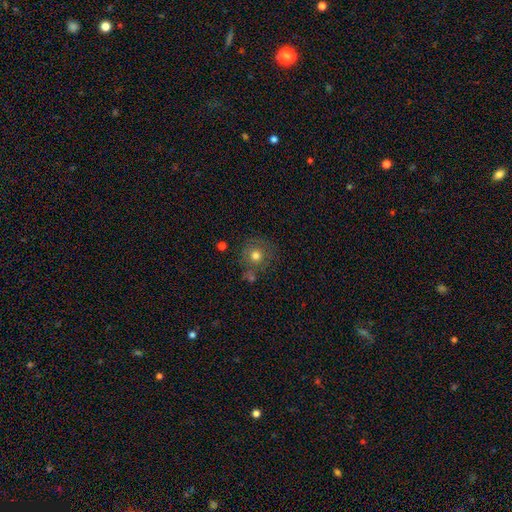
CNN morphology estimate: smooth 69%, featured or disk 19%, star or artifact 12%. Down the decision tree: how rounded — round (91%); merging — none (70%).